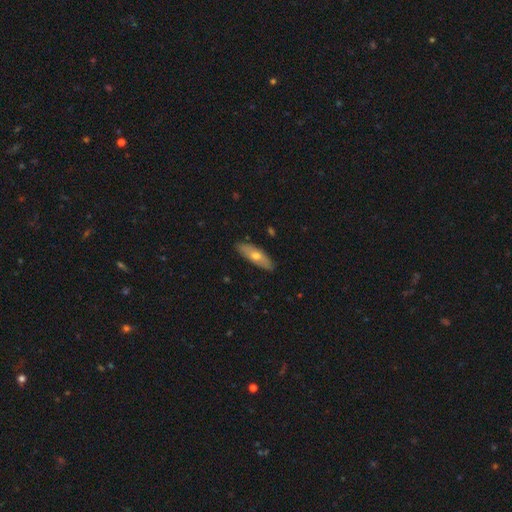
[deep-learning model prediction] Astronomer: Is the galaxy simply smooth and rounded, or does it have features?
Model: smooth — 57% (runner-up: featured or disk, 37%).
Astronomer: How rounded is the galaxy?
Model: in between — 51% (runner-up: cigar-shaped, 47%).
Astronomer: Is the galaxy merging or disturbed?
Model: none — 88%.